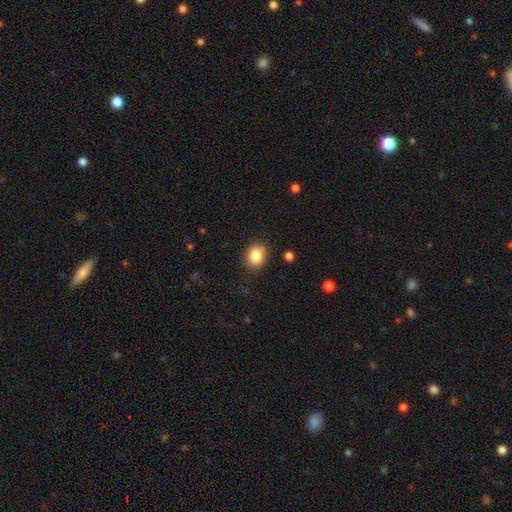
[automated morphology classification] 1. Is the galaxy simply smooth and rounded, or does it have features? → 84% smooth, 10% star or artifact, 6% featured or disk.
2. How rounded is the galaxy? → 58% round, 41% in between, 1% cigar-shaped.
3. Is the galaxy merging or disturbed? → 85% none, 11% minor disturbance, 3% major disturbance, 2% merger.